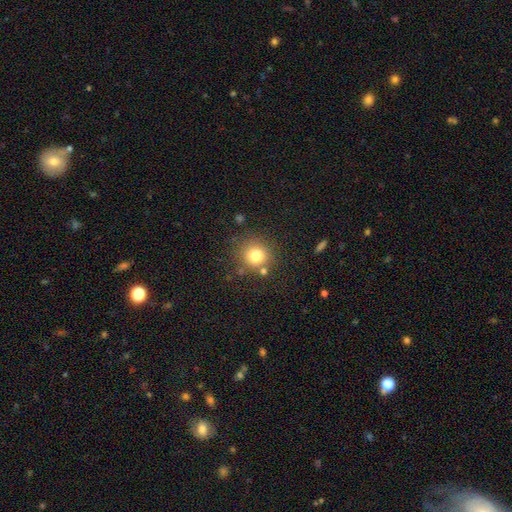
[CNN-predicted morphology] smooth_or_featured: smooth (p=0.78) [alt: star or artifact p=0.13]
how_rounded: round (p=0.92) [alt: in between p=0.07]
merging: none (p=0.78) [alt: minor disturbance p=0.10]